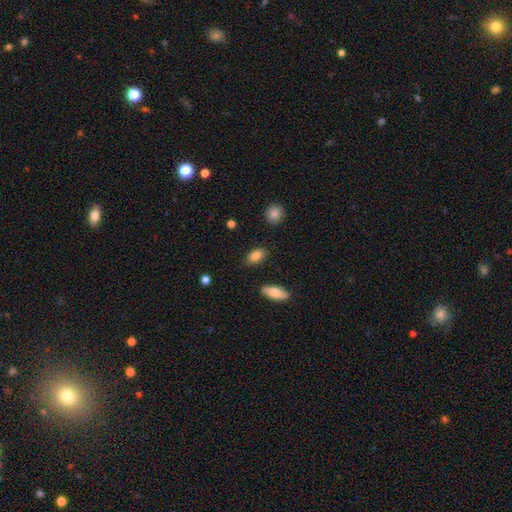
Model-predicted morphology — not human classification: Smooth or featured?
  - smooth: 85% *
  - star or artifact: 8%
  - featured or disk: 7%
How rounded?
  - in between: 89% *
  - round: 5%
  - cigar-shaped: 5%
Merging?
  - none: 85% *
  - minor disturbance: 10%
  - major disturbance: 3%
  - merger: 2%